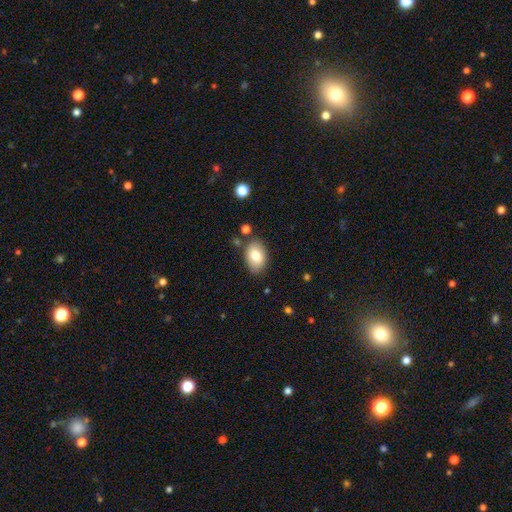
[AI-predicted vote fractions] A smooth galaxy with no disk features (81%) that is in between round and cigar-shaped (86%).

Vote fractions:
- Smooth or featured? smooth: 81% / featured or disk: 12% / star or artifact: 8%
- How rounded? in between: 86% / round: 13% / cigar-shaped: 1%
- Merging? none: 79% / minor disturbance: 14% / merger: 4% / major disturbance: 3%